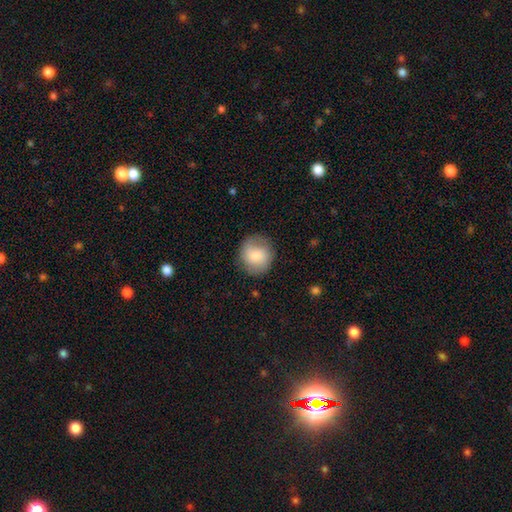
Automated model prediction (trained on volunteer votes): smooth-or-featured: smooth: 72% | featured or disk: 21% | star or artifact: 7%
  how-rounded: round: 87% | in between: 12% | cigar-shaped: 1%
  merging: none: 81% | minor disturbance: 13% | major disturbance: 4% | merger: 1%